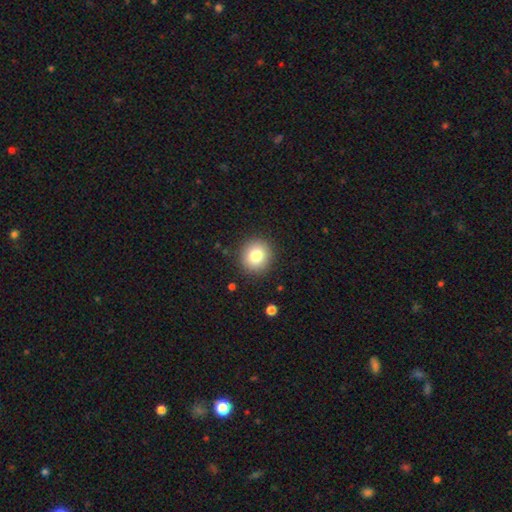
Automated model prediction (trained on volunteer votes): The model was most divided on "smooth or featured": smooth: 81%, star or artifact: 10%, featured or disk: 9%. More confident: merging — none (90%); how rounded — round (89%).